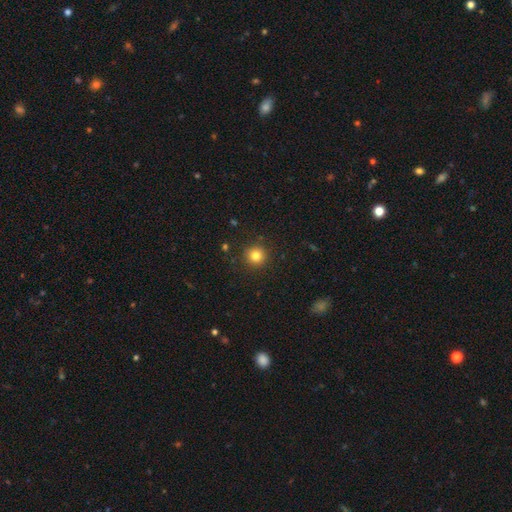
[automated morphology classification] This appears to be a smooth galaxy with no disk features (81%) that is round (94%). Merging: none (90%).